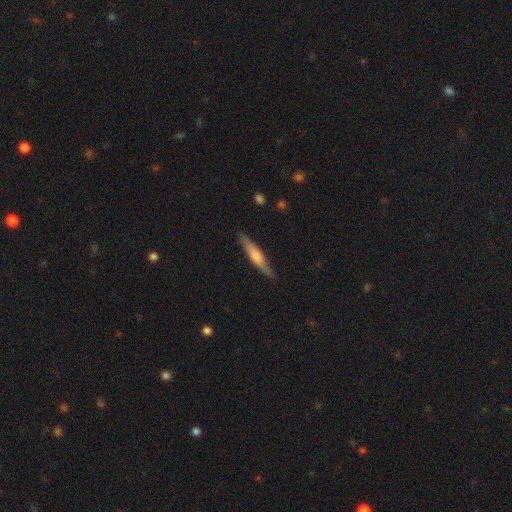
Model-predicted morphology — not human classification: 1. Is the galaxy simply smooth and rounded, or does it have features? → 53% featured or disk, 41% smooth, 6% star or artifact.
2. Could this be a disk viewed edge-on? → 94% yes, 6% no.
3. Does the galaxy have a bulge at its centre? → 72% rounded, 16% none, 13% boxy.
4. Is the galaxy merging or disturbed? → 88% none, 9% minor disturbance, 2% major disturbance, 1% merger.